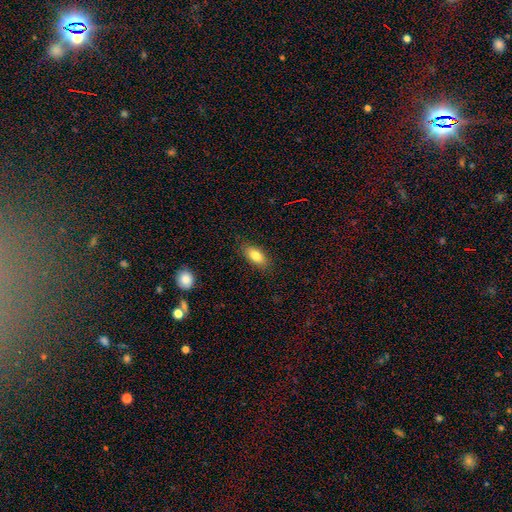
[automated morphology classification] This is clearly a smooth galaxy (82%). How rounded: clearly in between (87%). Merging: clearly none (85%).